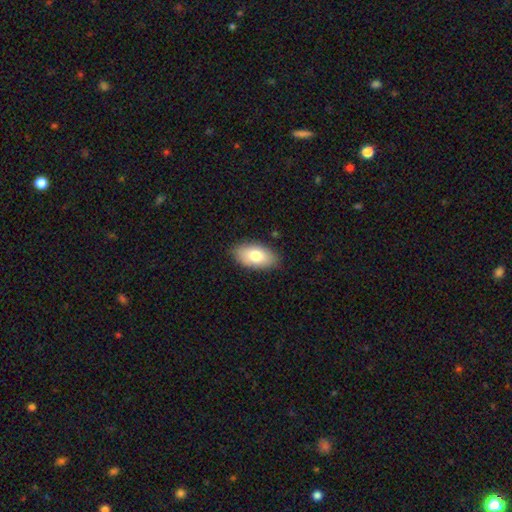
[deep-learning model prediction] Morphology: type=smooth (77%); roundness=in between (93%); merging=none (84%).